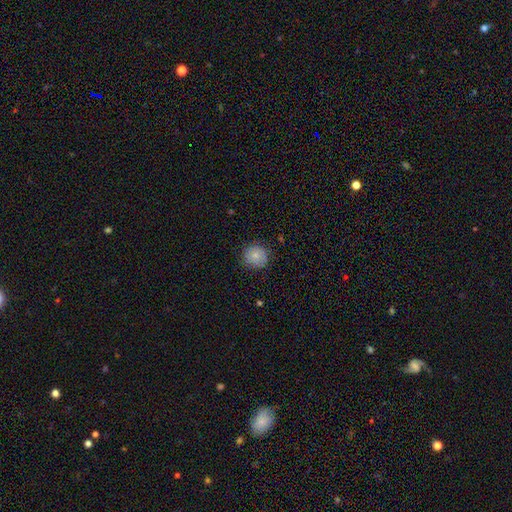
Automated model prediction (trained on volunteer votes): Smooth or featured? Predicted: smooth (p=0.75). How rounded? Predicted: round (p=0.87). Merging? Predicted: none (p=0.79).